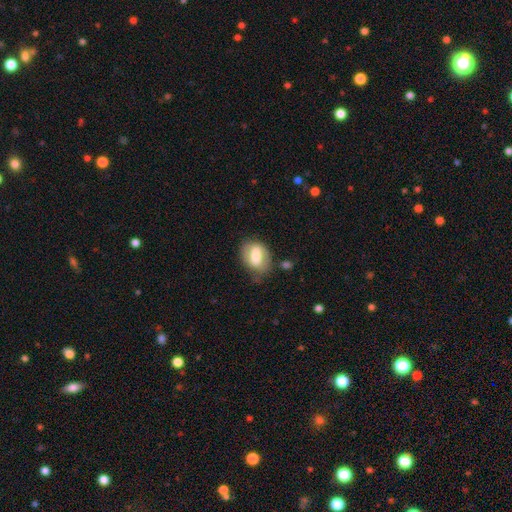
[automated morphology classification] This is likely a smooth galaxy (60%). How rounded: likely in between (75%). Merging: likely none (61%).